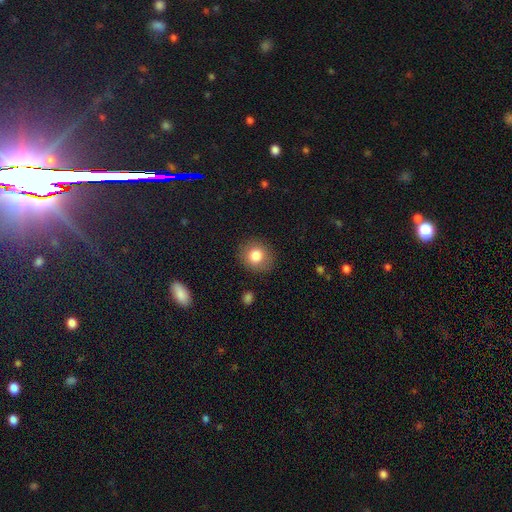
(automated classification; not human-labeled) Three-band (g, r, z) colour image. It shows a smooth galaxy with no disk features (82%) that is round (81%). Merging: none (87%).